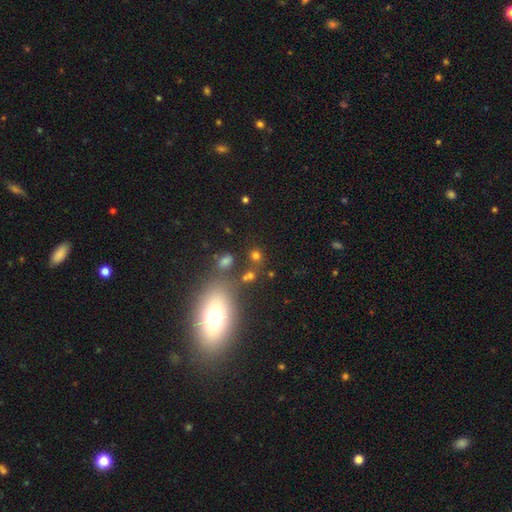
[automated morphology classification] A smooth galaxy with no disk features (69%) that is round (66%).

Vote fractions:
- Smooth or featured? smooth: 69% / star or artifact: 23% / featured or disk: 9%
- How rounded? round: 66% / in between: 31% / cigar-shaped: 2%
- Merging? none: 68% / merger: 14% / minor disturbance: 11% / major disturbance: 6%